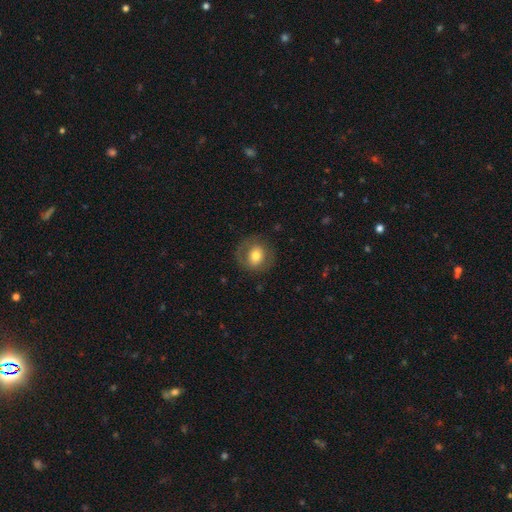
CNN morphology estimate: smooth_or_featured: smooth (p=0.59) [alt: featured or disk p=0.34]
how_rounded: round (p=0.75) [alt: in between p=0.24]
merging: none (p=0.79) [alt: minor disturbance p=0.13]